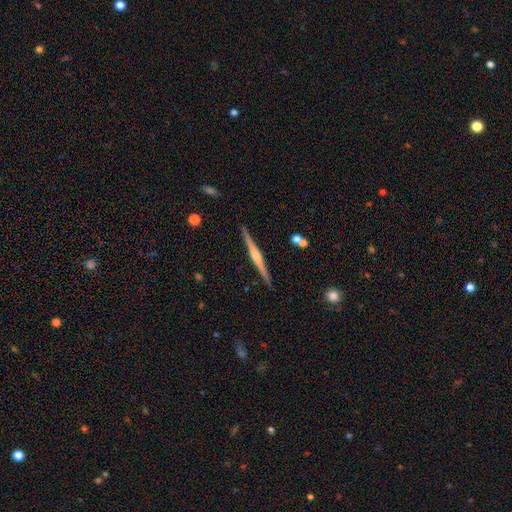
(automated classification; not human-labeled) This appears to be a featured or disk galaxy (78%) viewed edge-on (99%) with a rounded central bulge (70%). Merging: none (91%).